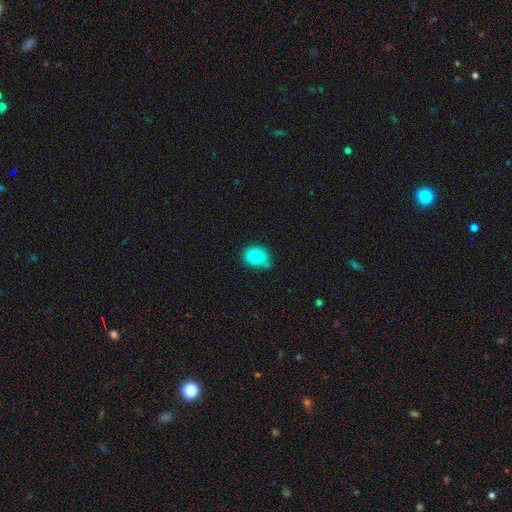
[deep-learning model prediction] Overall: smooth (83%). How rounded: in between (62%; round 37%). Merging: none (61%; minor disturbance 32%).